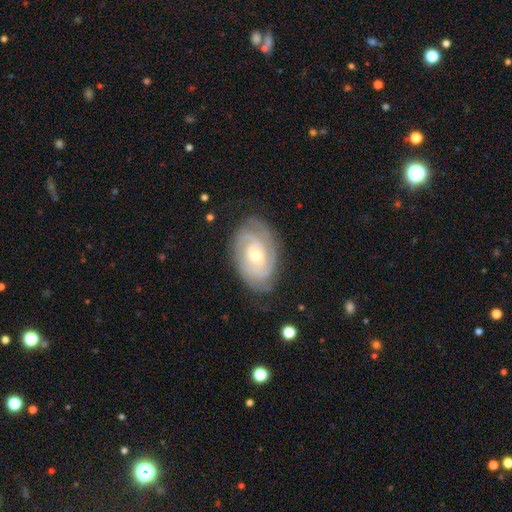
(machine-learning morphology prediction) Smooth or featured? featured or disk (87%)
Edge-on disk? no (96%)
Bar? no (62%)
Spiral arms? yes (97%)
Spiral winding? tight (76%)
Spiral arm count? 2 (40%)
Bulge size? moderate (53%)
Merging? none (78%)